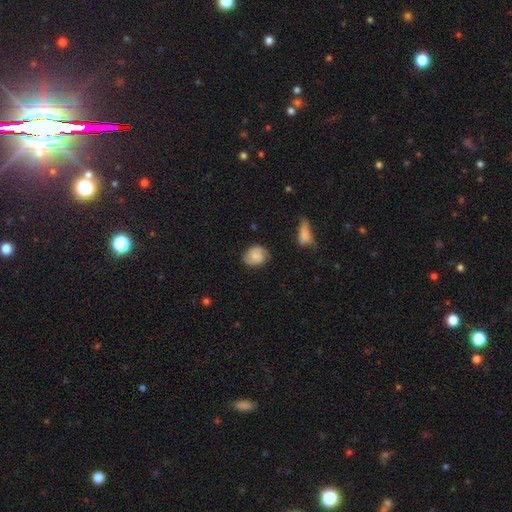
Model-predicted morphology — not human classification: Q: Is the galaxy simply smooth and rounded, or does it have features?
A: featured or disk — 46%.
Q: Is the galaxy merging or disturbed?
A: none — 70%.